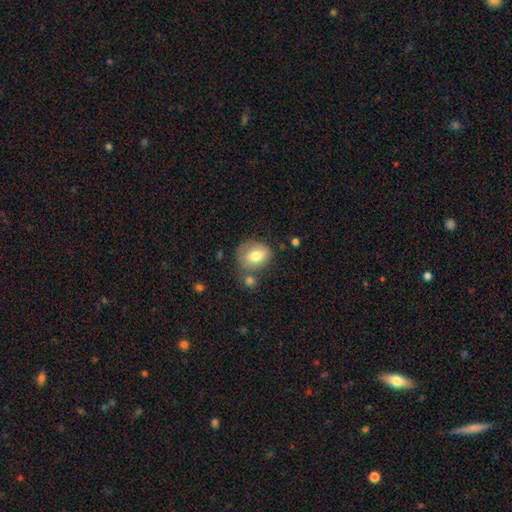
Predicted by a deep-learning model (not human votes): A smooth galaxy with no disk features (74%) that is in between round and cigar-shaped (52%).

Vote fractions:
- Smooth or featured? smooth: 74% / featured or disk: 19% / star or artifact: 8%
- How rounded? in between: 52% / round: 47% / cigar-shaped: 1%
- Merging? none: 58% / minor disturbance: 21% / merger: 13% / major disturbance: 8%